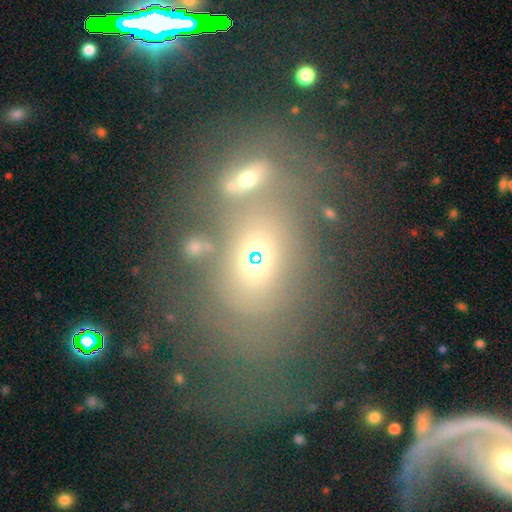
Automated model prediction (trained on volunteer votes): Overall: smooth (53%; featured or disk 24%). How rounded: in between (64%; round 33%). Merging: none (38%; merger 37%).